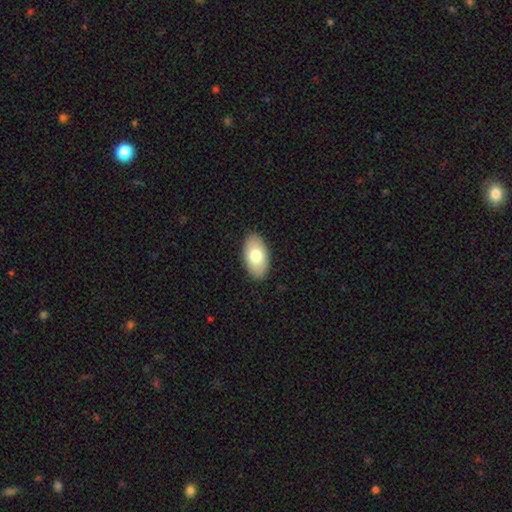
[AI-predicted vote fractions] smooth 75%, featured or disk 18%, star or artifact 6%. Down the decision tree: how rounded — in between (95%); merging — none (89%).